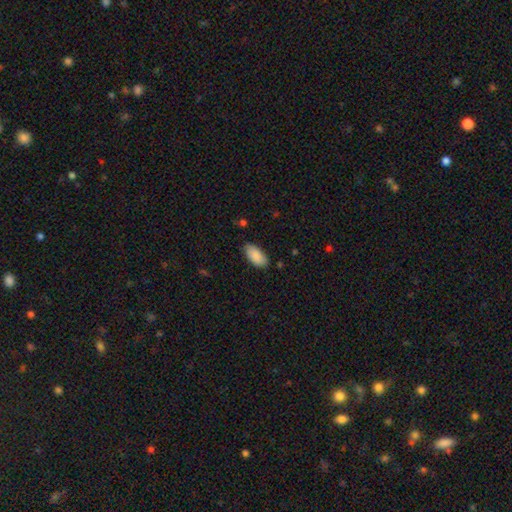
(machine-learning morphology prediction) type=smooth (89%); roundness=in between (94%); merging=none (81%).